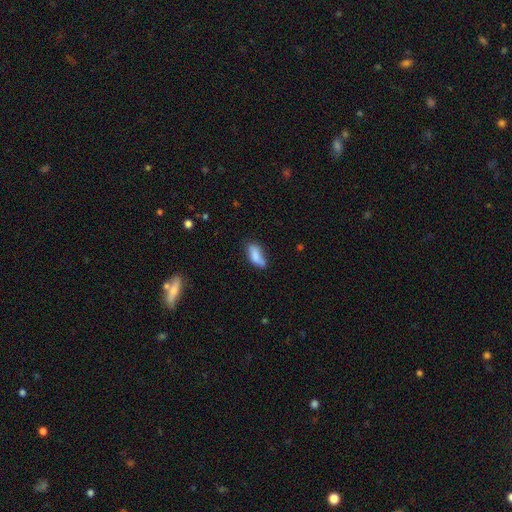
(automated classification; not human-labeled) This appears to be a smooth galaxy with no disk features (78%) that is in between round and cigar-shaped (79%). Merging: none (52%).